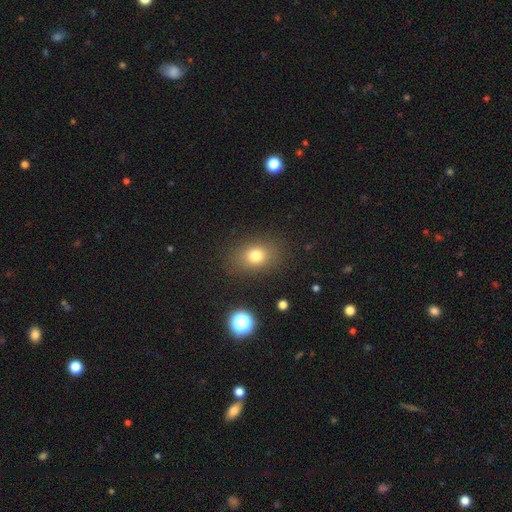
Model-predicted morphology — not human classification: Q: Smooth or featured?
A: smooth (77%); runner-up: star or artifact (14%)
Q: How rounded?
A: in between (57%); runner-up: round (42%)
Q: Merging?
A: none (83%); runner-up: minor disturbance (11%)